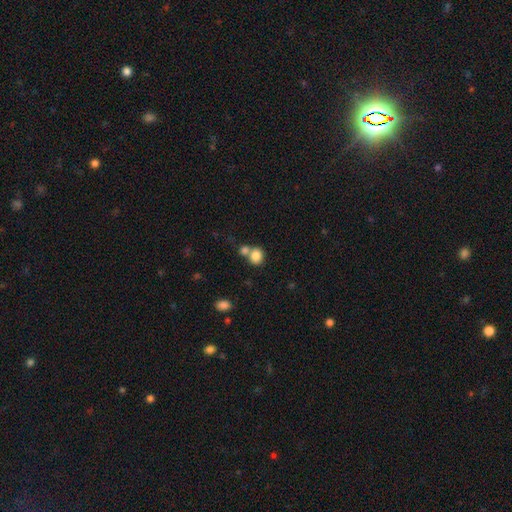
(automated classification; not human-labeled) Smooth or featured? Predicted: smooth (p=0.83). How rounded? Predicted: round (p=0.72). Merging? Predicted: none (p=0.48).